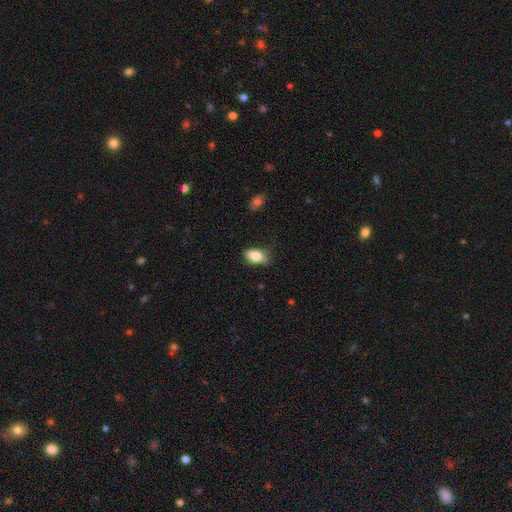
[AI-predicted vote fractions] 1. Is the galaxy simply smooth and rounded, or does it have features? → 81% smooth, 11% featured or disk, 8% star or artifact.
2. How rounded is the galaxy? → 88% in between, 7% round, 5% cigar-shaped.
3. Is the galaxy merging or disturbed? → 52% none, 34% minor disturbance, 11% major disturbance, 2% merger.